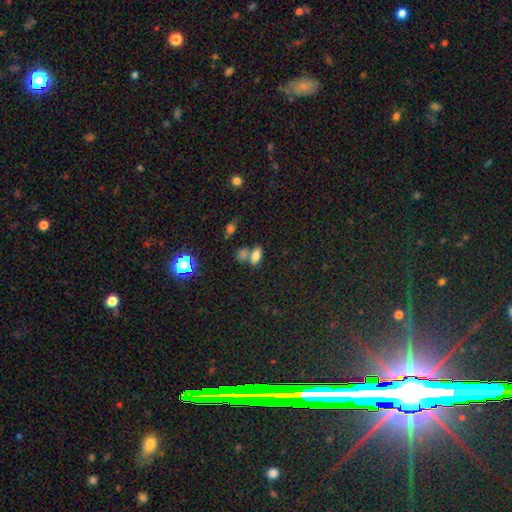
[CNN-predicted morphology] Q: Smooth or featured?
A: smooth (73%); runner-up: star or artifact (15%)
Q: How rounded?
A: in between (83%); runner-up: cigar-shaped (8%)
Q: Merging?
A: none (52%); runner-up: merger (33%)